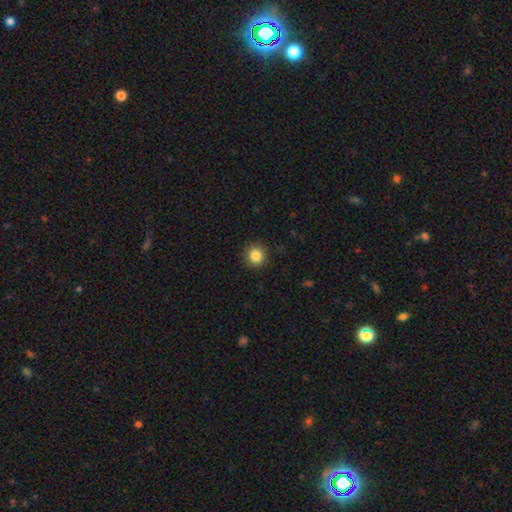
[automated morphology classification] Smooth or featured? Predicted: smooth (p=0.86). How rounded? Predicted: round (p=0.90). Merging? Predicted: none (p=0.90).